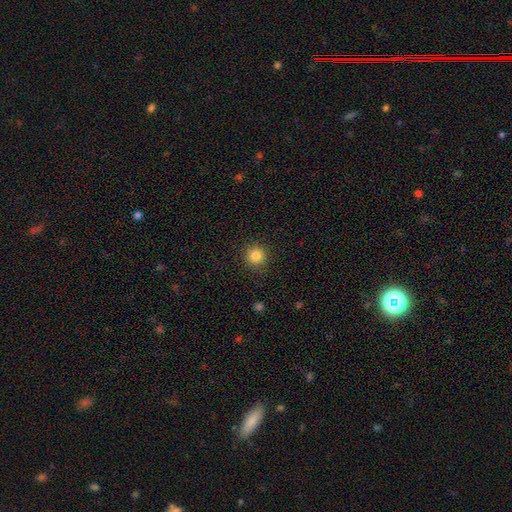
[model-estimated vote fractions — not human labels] Smooth or featured? smooth (84%)
How rounded? round (93%)
Merging? none (90%)